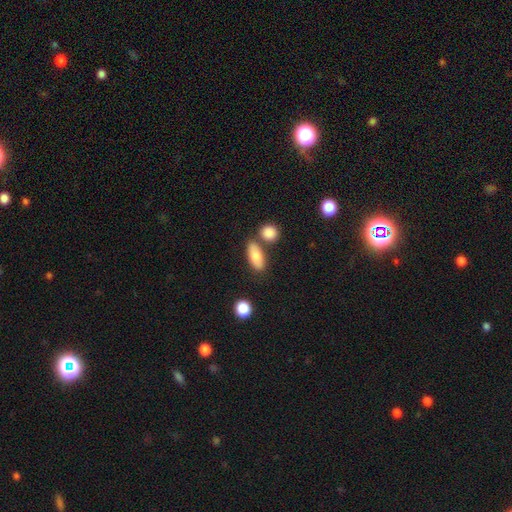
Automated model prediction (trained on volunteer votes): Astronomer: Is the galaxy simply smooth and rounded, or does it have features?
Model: smooth — 79%.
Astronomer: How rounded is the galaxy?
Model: in between — 81%.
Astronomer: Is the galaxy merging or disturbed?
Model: none — 68%.